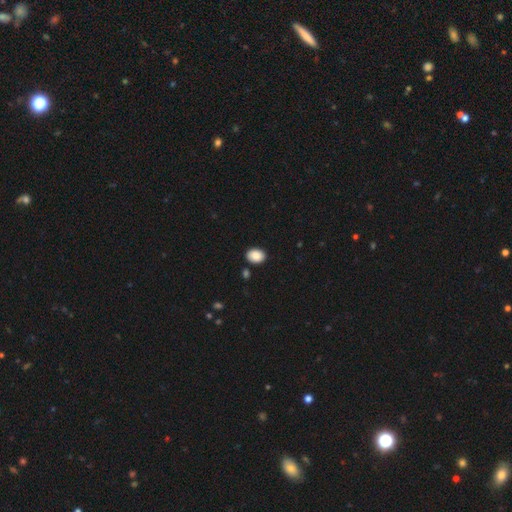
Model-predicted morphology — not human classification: Q: Smooth or featured?
A: smooth (89%); runner-up: star or artifact (8%)
Q: How rounded?
A: in between (72%); runner-up: round (27%)
Q: Merging?
A: none (87%); runner-up: minor disturbance (9%)